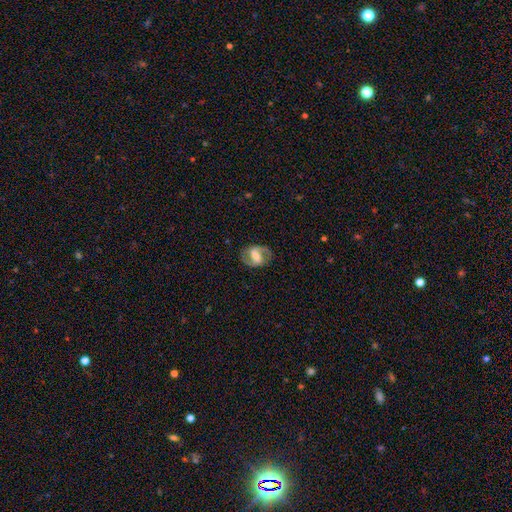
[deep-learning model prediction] A featured or disk galaxy (78%) with a strong bar (43%), 2 (90%) medium (54%) spiral arms (91%) and a moderate central bulge (44%). Merging: none (81%).